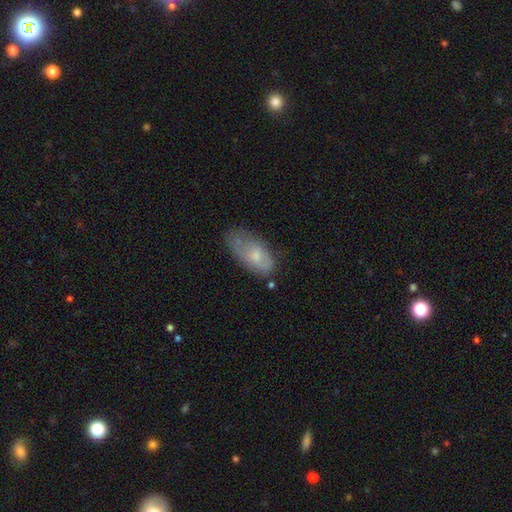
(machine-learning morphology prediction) Smooth or featured: smooth — 64% (featured or disk — 29%)
How rounded: in between — 91% (cigar-shaped — 6%)
Merging: none — 52% (minor disturbance — 32%)